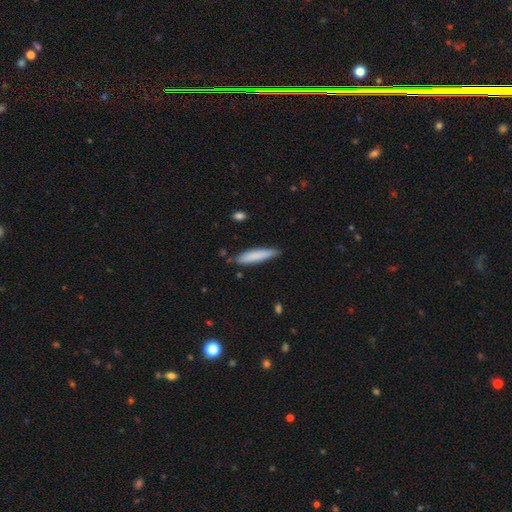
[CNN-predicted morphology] Smooth or featured? smooth (82%)
How rounded? cigar-shaped (84%)
Merging? none (82%)